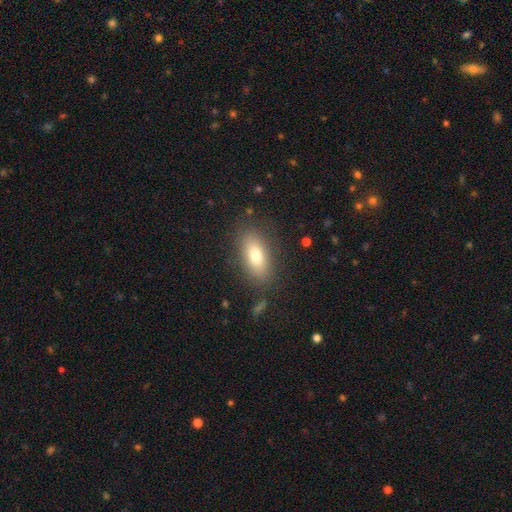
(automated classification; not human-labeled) Morphology: type=smooth (76%); roundness=in between (83%); merging=none (84%).